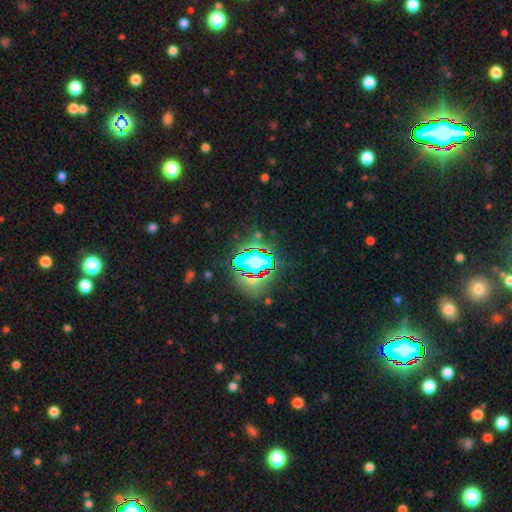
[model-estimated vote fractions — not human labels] A star or artifact, not a galaxy (66%).

Vote fractions:
- Smooth or featured? star or artifact: 66% / smooth: 21% / featured or disk: 13%